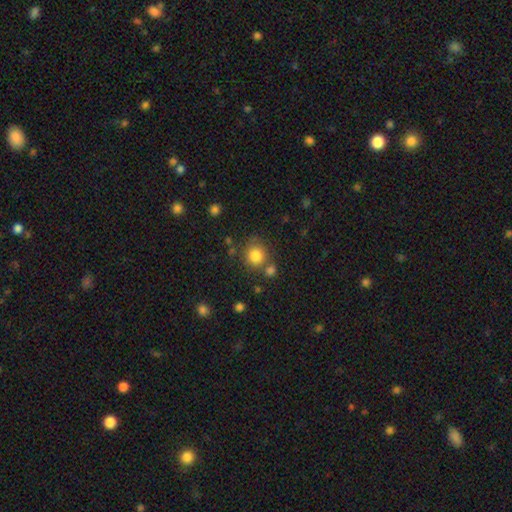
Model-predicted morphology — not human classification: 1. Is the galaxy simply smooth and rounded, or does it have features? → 83% smooth, 11% star or artifact, 6% featured or disk.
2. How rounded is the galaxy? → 88% round, 11% in between, 1% cigar-shaped.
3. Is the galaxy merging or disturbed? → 70% none, 14% merger, 12% minor disturbance, 4% major disturbance.